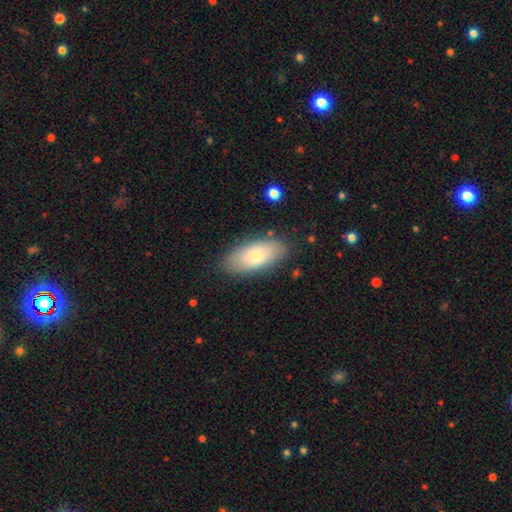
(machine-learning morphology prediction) A smooth galaxy with no disk features (73%) that is in between round and cigar-shaped (90%). Merging: none (82%).